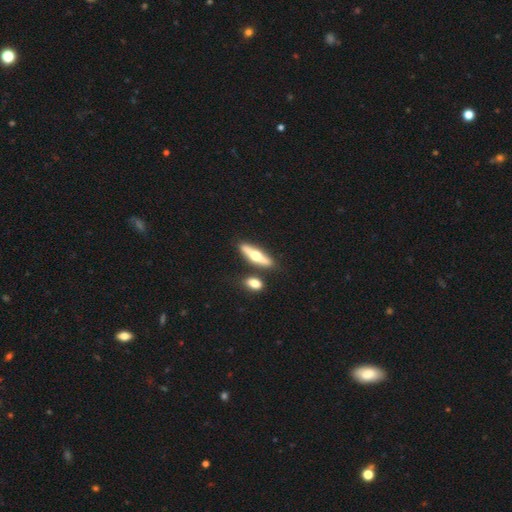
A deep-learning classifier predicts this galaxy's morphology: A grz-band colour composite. It shows a featured or disk galaxy (57%) viewed edge-on (91%) with a rounded central bulge (94%). Merging: none (78%).